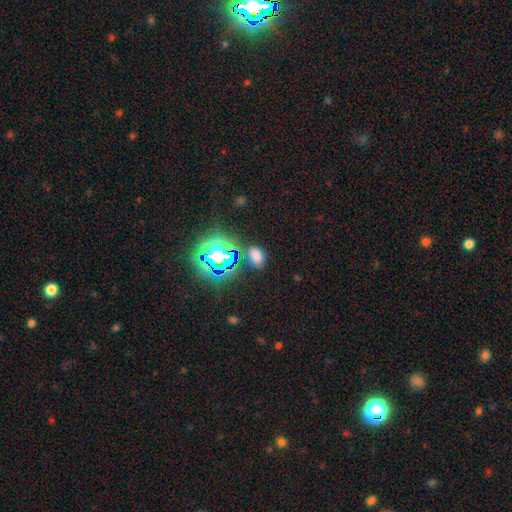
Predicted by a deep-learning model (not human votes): Smooth or featured: smooth — 63% (star or artifact — 30%)
How rounded: in between — 76% (round — 22%)
Merging: none — 78% (minor disturbance — 12%)